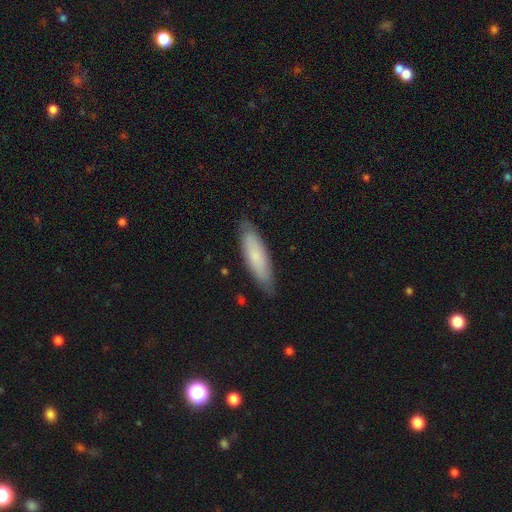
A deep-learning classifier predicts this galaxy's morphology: Q: Smooth or featured?
A: smooth (72%); runner-up: featured or disk (21%)
Q: How rounded?
A: cigar-shaped (59%); runner-up: in between (39%)
Q: Merging?
A: none (82%); runner-up: minor disturbance (14%)